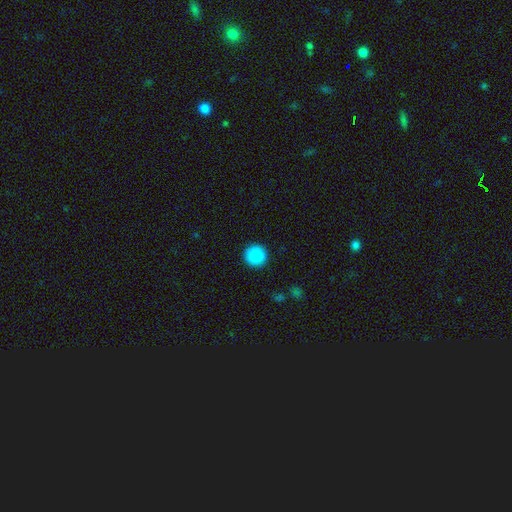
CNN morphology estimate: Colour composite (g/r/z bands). It shows a smooth galaxy with no disk features (89%) that is round (96%). Merging: none (93%).